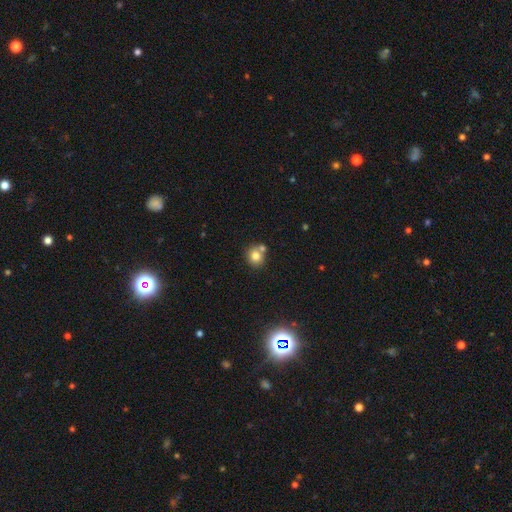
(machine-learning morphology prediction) type=smooth (79%); roundness=round (81%); merging=none (59%).